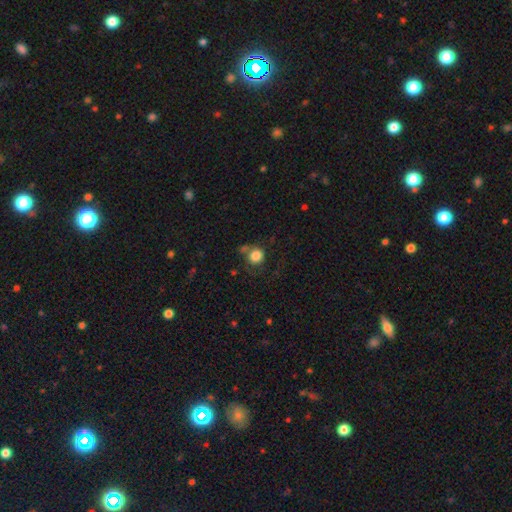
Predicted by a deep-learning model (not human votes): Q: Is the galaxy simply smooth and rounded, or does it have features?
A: smooth — 83%.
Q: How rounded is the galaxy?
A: round — 88%.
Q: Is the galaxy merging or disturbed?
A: none — 55%.